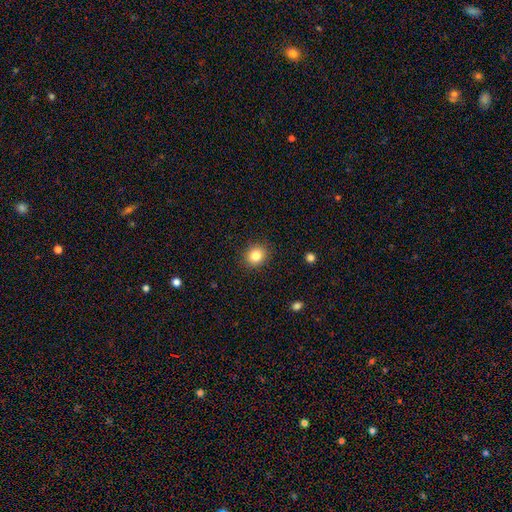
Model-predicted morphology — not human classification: The model was most divided on "how rounded": round: 80%, in between: 19%, cigar-shaped: 1%. More confident: merging — none (90%); smooth or featured — smooth (83%).